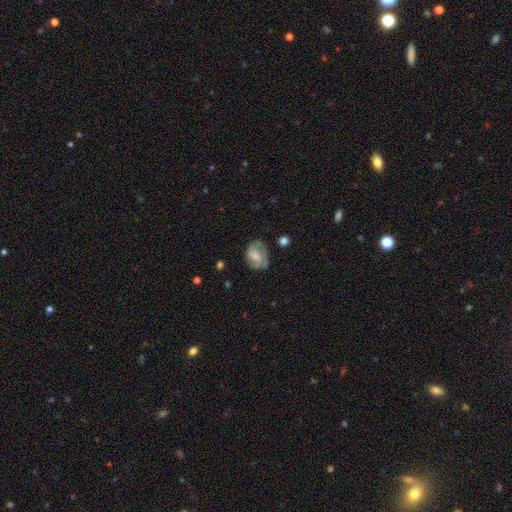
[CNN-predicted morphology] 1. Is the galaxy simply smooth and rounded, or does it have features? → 52% featured or disk, 40% smooth, 8% star or artifact.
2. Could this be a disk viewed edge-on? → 97% no, 3% yes.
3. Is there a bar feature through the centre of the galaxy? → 63% no, 32% weak, 5% strong.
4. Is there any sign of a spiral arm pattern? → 81% yes, 19% no.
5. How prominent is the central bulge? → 39% small, 35% moderate, 18% none, 6% large, 2% dominant.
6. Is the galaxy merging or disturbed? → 63% none, 25% minor disturbance, 10% major disturbance, 2% merger.